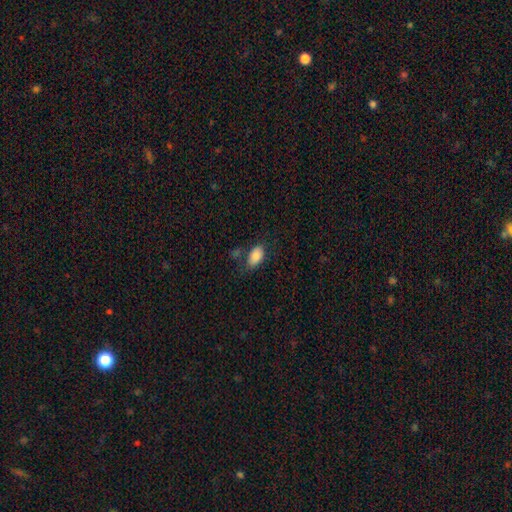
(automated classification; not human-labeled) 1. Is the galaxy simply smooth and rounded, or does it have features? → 84% smooth, 8% featured or disk, 8% star or artifact.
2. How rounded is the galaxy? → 92% in between, 6% round, 2% cigar-shaped.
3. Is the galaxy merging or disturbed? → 62% none, 21% minor disturbance, 10% merger, 7% major disturbance.